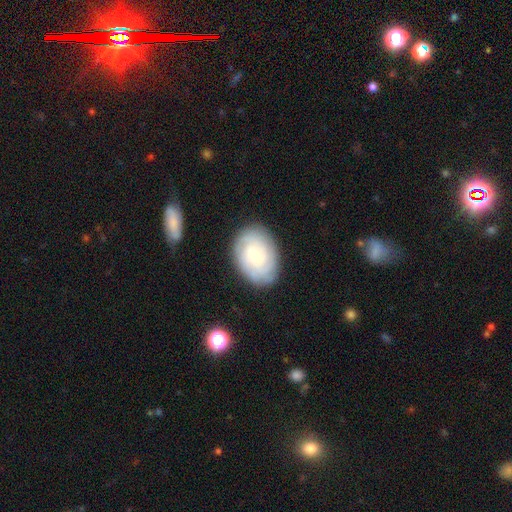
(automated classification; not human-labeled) smooth_or_featured: featured or disk (p=0.51) [alt: smooth p=0.42]
disk_edge_on: no (p=0.96) [alt: yes p=0.04]
merging: none (p=0.82) [alt: minor disturbance p=0.13]